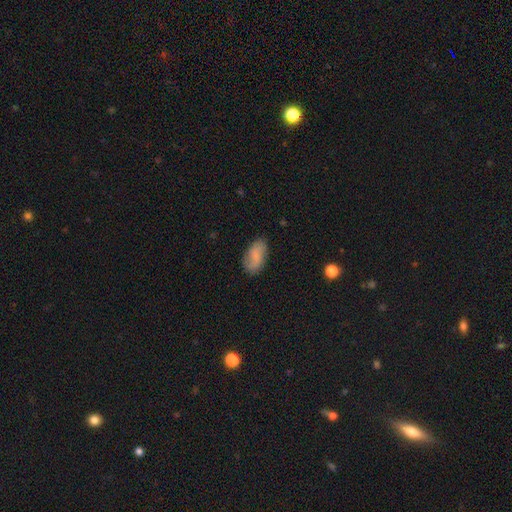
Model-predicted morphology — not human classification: smooth 65%, featured or disk 27%, star or artifact 8%. Down the decision tree: how rounded — in between (93%); merging — none (77%).